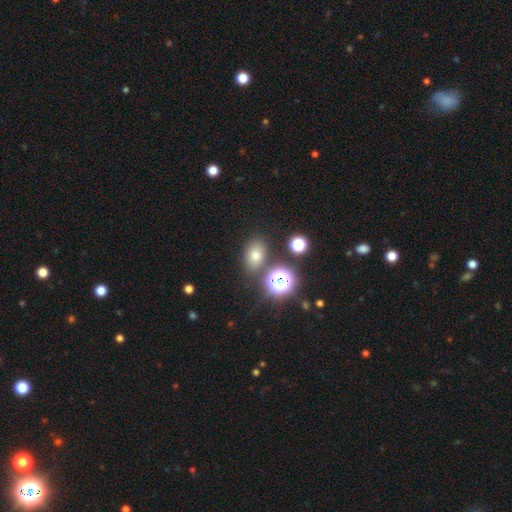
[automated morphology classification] smooth_or_featured: smooth (p=0.64) [alt: star or artifact p=0.25]
how_rounded: in between (p=0.67) [alt: round p=0.32]
merging: none (p=0.77) [alt: minor disturbance p=0.10]